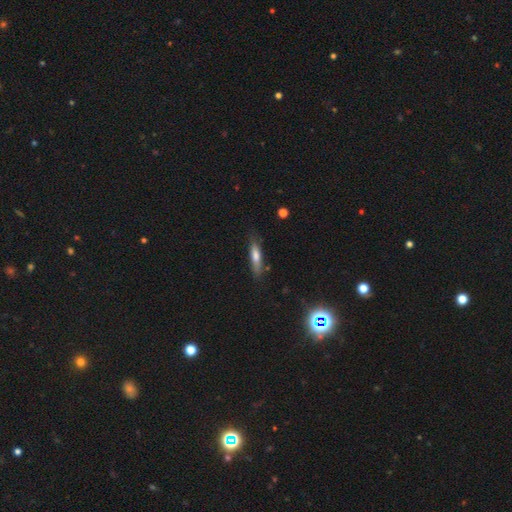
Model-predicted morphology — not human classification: smooth-or-featured: smooth: 66% | featured or disk: 27% | star or artifact: 7%
  how-rounded: cigar-shaped: 76% | in between: 22% | round: 2%
  merging: none: 74% | minor disturbance: 19% | major disturbance: 4% | merger: 2%